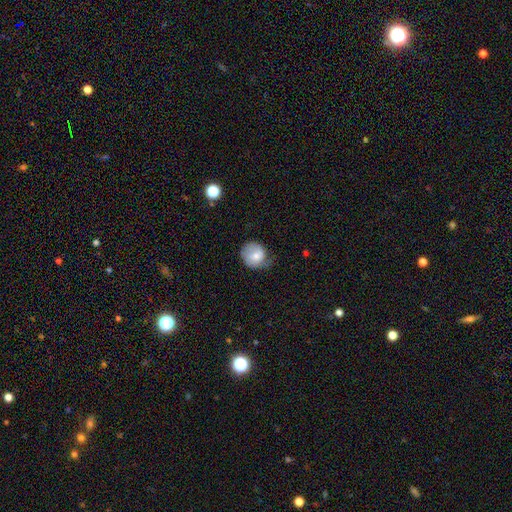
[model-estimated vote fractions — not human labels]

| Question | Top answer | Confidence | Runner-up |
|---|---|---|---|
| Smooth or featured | smooth | 64% | featured or disk (28%) |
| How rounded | round | 74% | in between (25%) |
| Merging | none | 43% | minor disturbance (37%) |